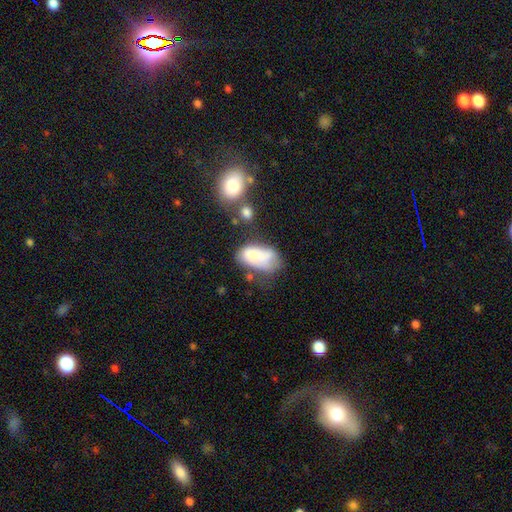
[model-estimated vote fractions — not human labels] A smooth galaxy with no disk features (68%) that is in between round and cigar-shaped (92%).

Vote fractions:
- Smooth or featured? smooth: 68% / featured or disk: 23% / star or artifact: 9%
- How rounded? in between: 92% / round: 4% / cigar-shaped: 4%
- Merging? minor disturbance: 27% (tied) / major disturbance: 27% (tied) / none: 25% / merger: 21%